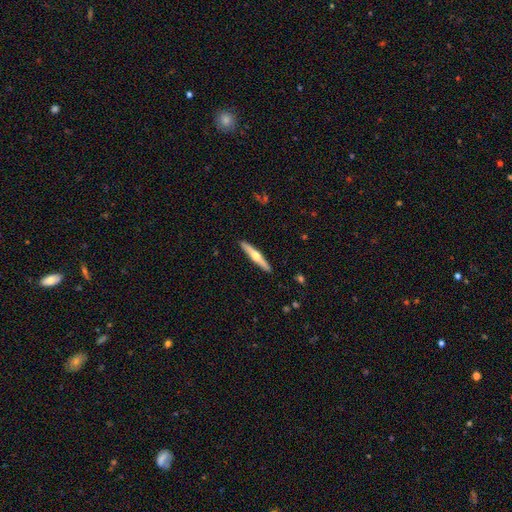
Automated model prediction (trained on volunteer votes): Morphology: type=featured or disk (62%); edge-on=yes (97%); edge-on bulge=rounded (93%); merging=none (91%).